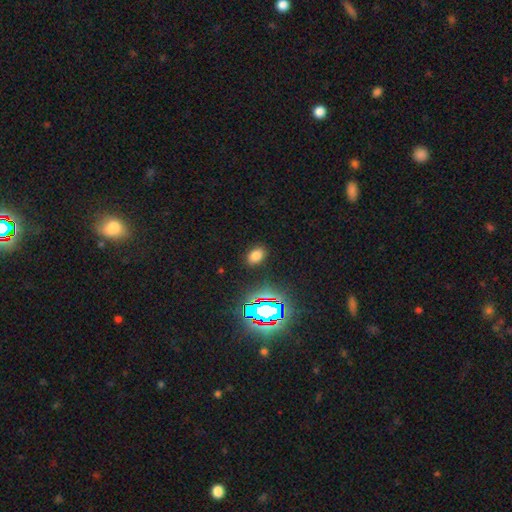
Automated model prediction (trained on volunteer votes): Smooth or featured? smooth (71%)
How rounded? in between (80%)
Merging? none (88%)